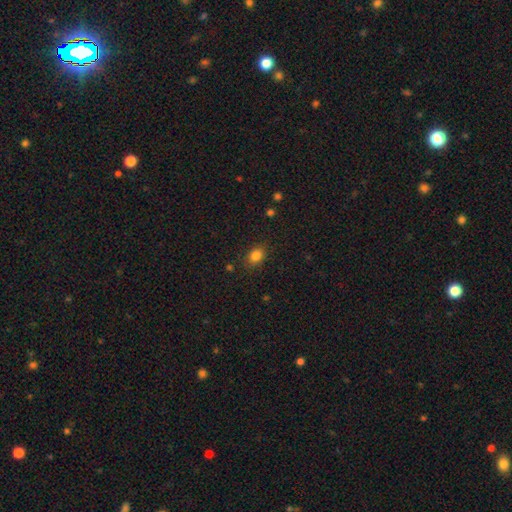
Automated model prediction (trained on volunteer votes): Smooth or featured?
  - smooth: 84% *
  - star or artifact: 11%
  - featured or disk: 5%
How rounded?
  - in between: 66% *
  - round: 33%
  - cigar-shaped: 1%
Merging?
  - none: 85% *
  - minor disturbance: 10%
  - major disturbance: 3%
  - merger: 1%